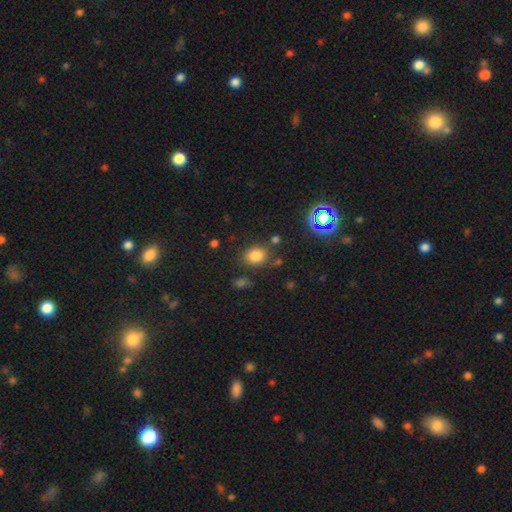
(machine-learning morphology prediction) This appears to be a smooth galaxy with no disk features (79%) that is round (51%). Merging: none (78%).